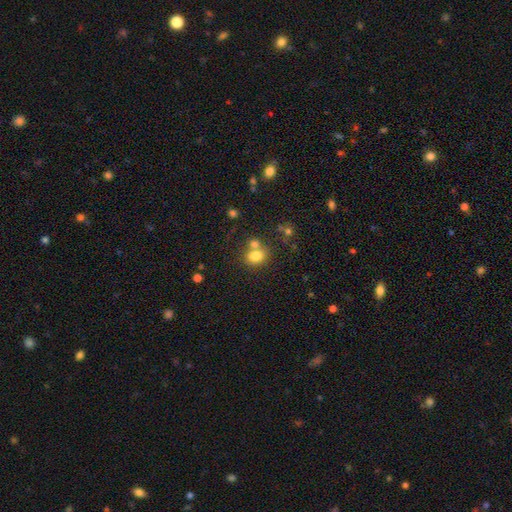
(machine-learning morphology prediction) Smooth or featured? smooth (78%)
How rounded? round (53%)
Merging? none (51%)